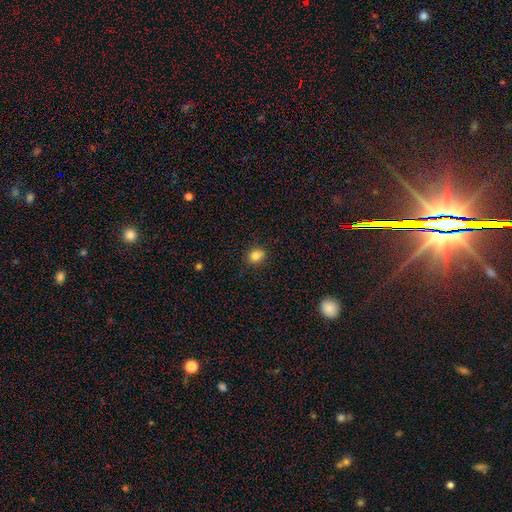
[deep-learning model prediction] Morphology: type=smooth (83%); roundness=round (72%); merging=none (81%).